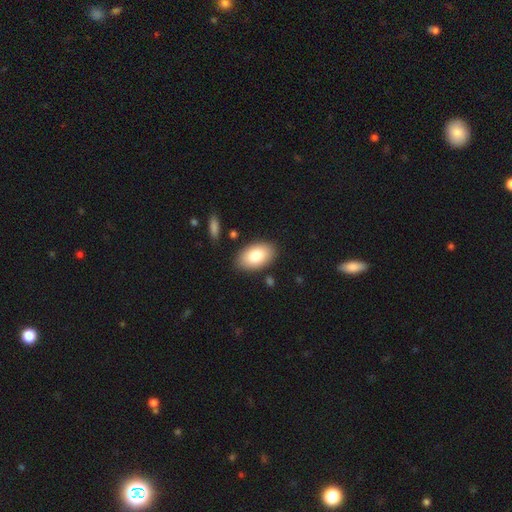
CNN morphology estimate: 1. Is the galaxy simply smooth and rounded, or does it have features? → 84% smooth, 10% featured or disk, 6% star or artifact.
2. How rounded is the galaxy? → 94% in between, 5% round, 1% cigar-shaped.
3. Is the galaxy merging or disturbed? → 85% none, 10% minor disturbance, 2% major disturbance, 2% merger.